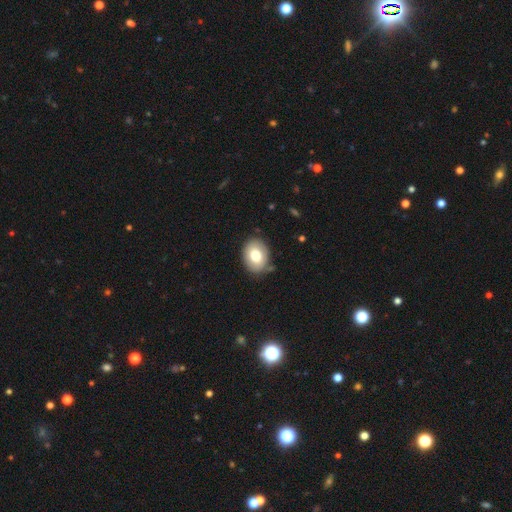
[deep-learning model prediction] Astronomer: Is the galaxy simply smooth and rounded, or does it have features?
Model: smooth — 75%.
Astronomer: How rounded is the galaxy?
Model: in between — 64%.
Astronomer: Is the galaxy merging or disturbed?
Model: none — 82%.